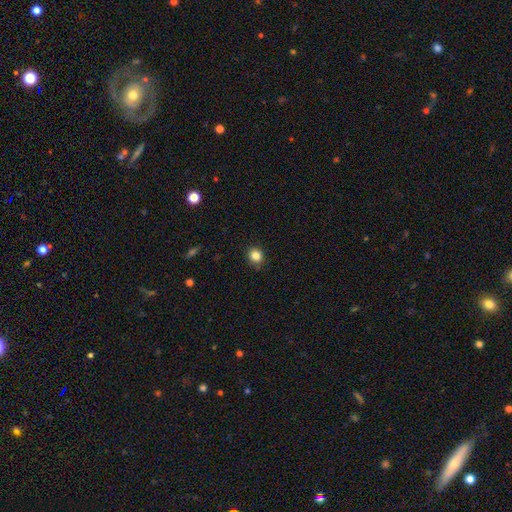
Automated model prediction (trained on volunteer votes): This appears to be a smooth galaxy with no disk features (84%) that is round (83%). Merging: none (87%).